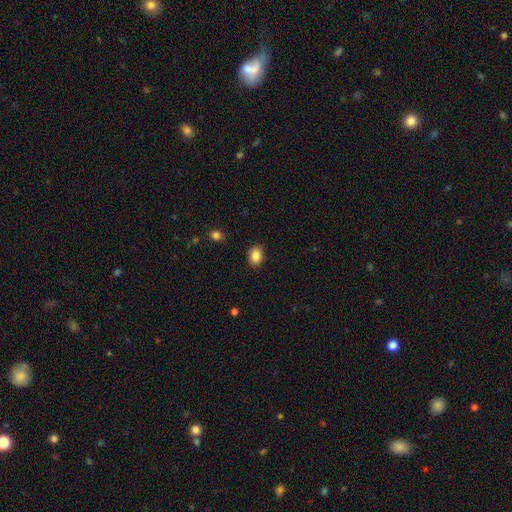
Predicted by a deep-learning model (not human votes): This appears to be a smooth galaxy with no disk features (87%) that is in between round and cigar-shaped (69%). Merging: none (88%).